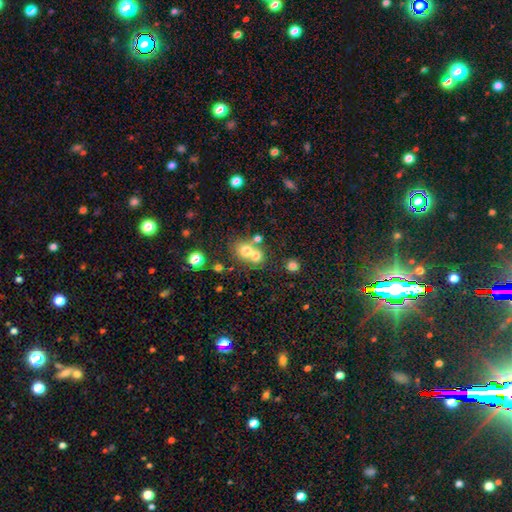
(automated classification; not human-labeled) Overall: smooth (67%). How rounded: round (74%). Merging: merger (56%; none 34%).